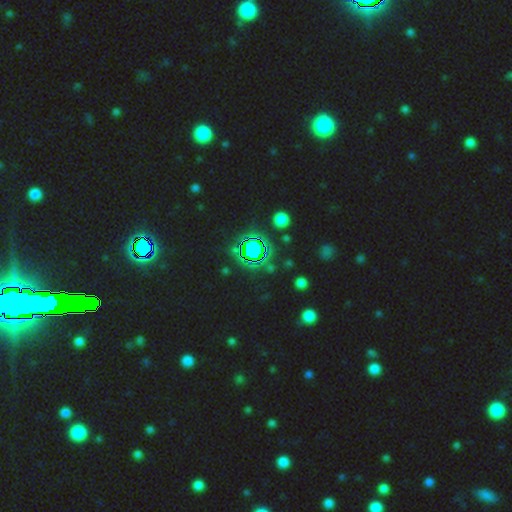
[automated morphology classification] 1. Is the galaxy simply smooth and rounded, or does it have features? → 78% star or artifact, 15% smooth, 7% featured or disk.